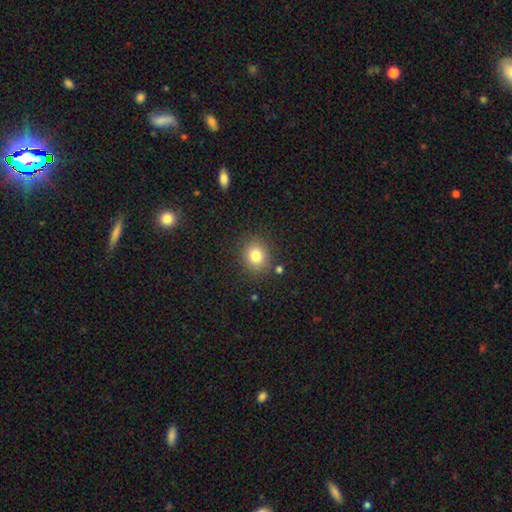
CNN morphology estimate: Smooth or featured: smooth — 81% (star or artifact — 12%)
How rounded: round — 72% (in between — 27%)
Merging: none — 84% (minor disturbance — 10%)